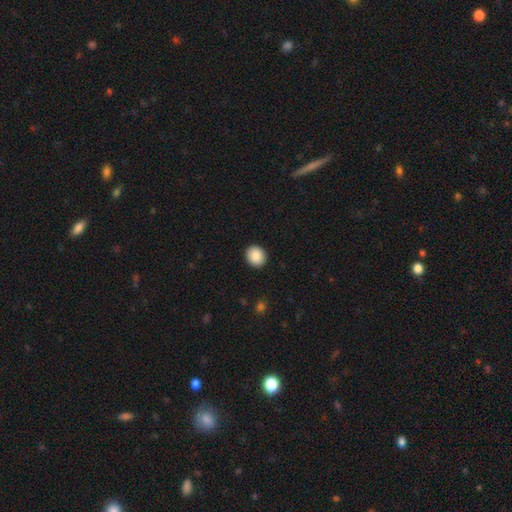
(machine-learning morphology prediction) A smooth galaxy with no disk features (89%) that is round (77%). Merging: none (92%).